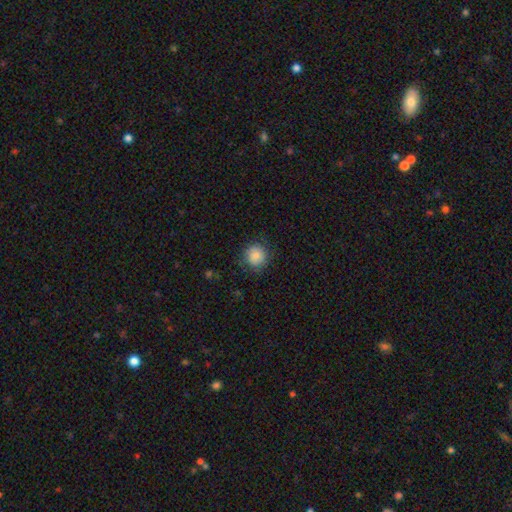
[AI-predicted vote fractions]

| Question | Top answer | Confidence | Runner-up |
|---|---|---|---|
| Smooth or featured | smooth | 86% | star or artifact (8%) |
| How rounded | round | 90% | in between (9%) |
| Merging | none | 82% | minor disturbance (13%) |